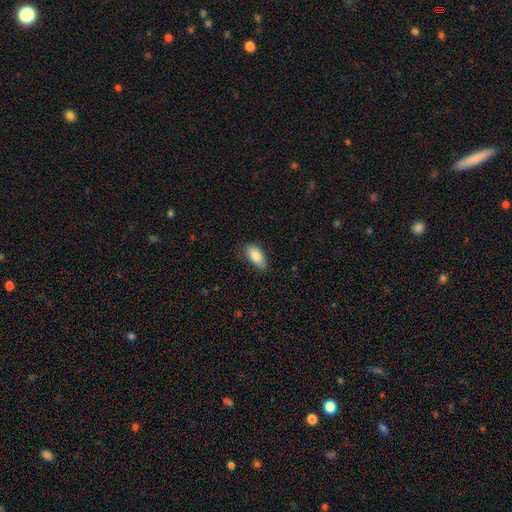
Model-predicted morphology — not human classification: type=smooth (84%); roundness=in between (91%); merging=none (75%).